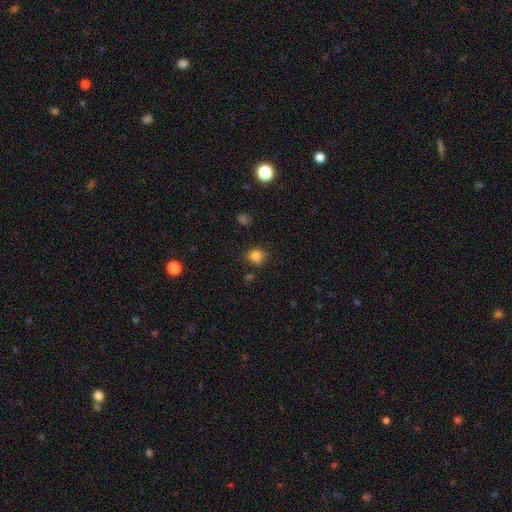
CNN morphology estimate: Overall: smooth (82%). How rounded: round (73%). Merging: none (80%).